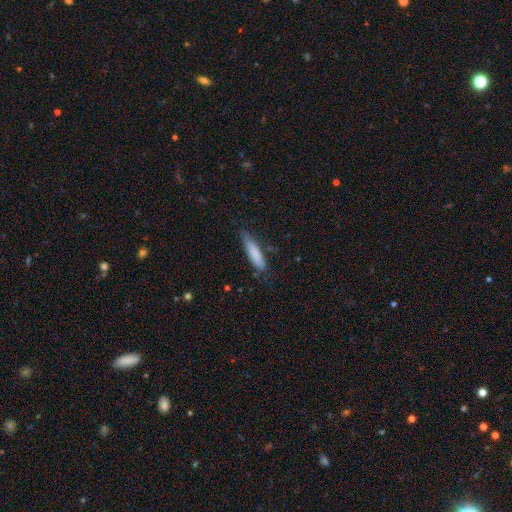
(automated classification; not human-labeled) Morphology: type=smooth (81%); roundness=cigar-shaped (78%); merging=none (70%).